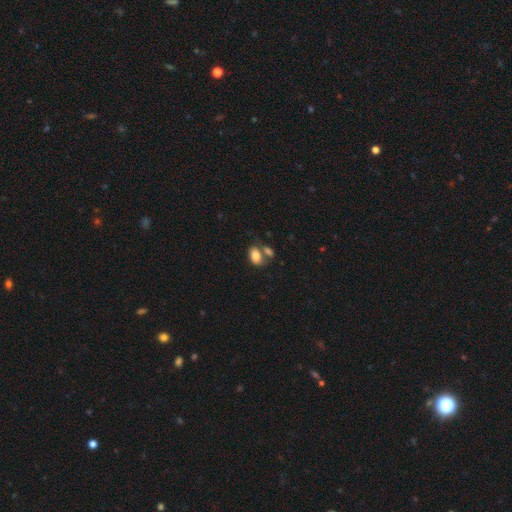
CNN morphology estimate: smooth 83%, featured or disk 9%, star or artifact 8%. Down the decision tree: how rounded — in between (88%); merging — merger (41%).